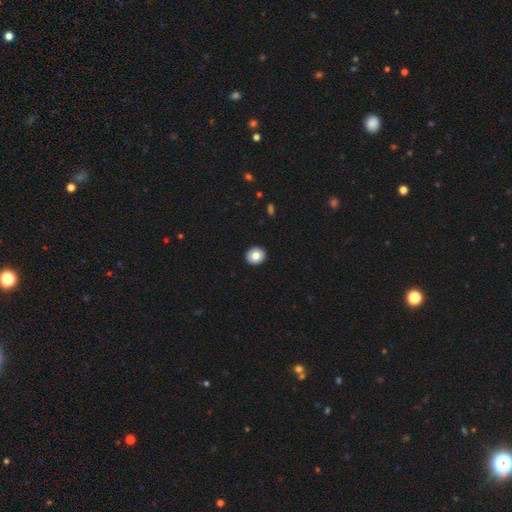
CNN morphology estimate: This appears to be a smooth galaxy with no disk features (80%) that is round (86%). Merging: none (93%).